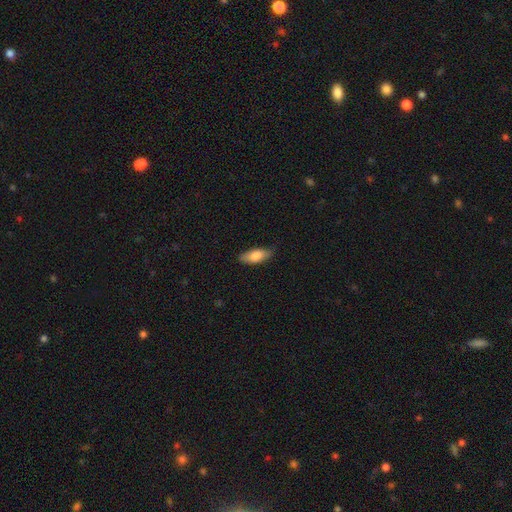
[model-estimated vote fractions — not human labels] A smooth galaxy with no disk features (79%) that is in between round and cigar-shaped (79%). Merging: none (80%).